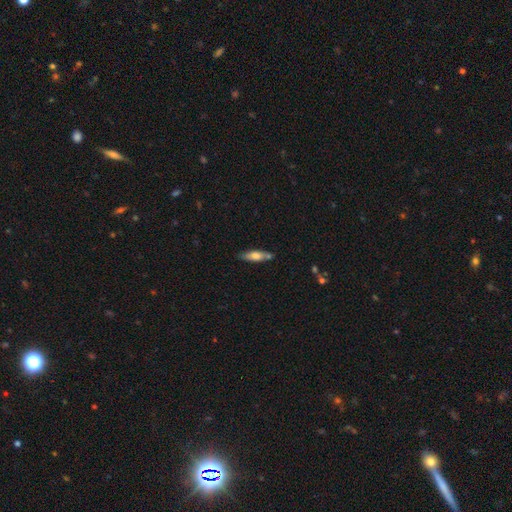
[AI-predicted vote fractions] Morphology: type=smooth (62%); roundness=cigar-shaped (57%); merging=none (74%).